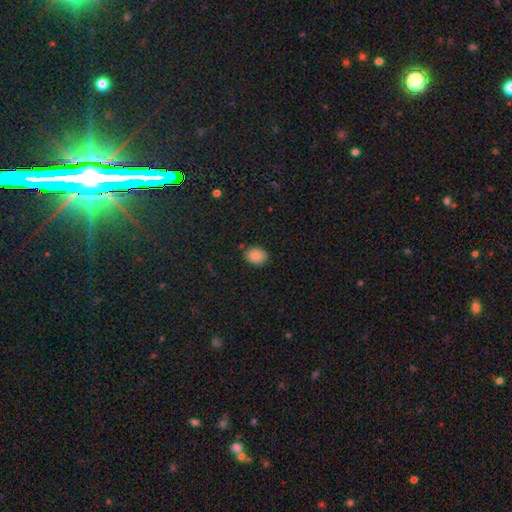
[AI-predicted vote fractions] smooth_or_featured: smooth (p=0.86) [alt: star or artifact p=0.09]
how_rounded: in between (p=0.64) [alt: round p=0.35]
merging: none (p=0.84) [alt: minor disturbance p=0.12]